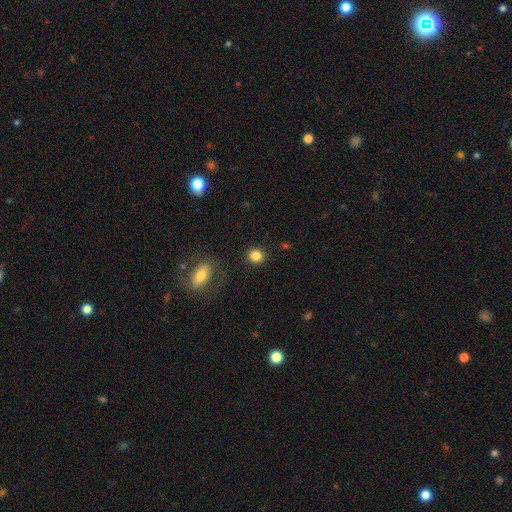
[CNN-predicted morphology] Smooth or featured? smooth (84%)
How rounded? round (88%)
Merging? none (89%)